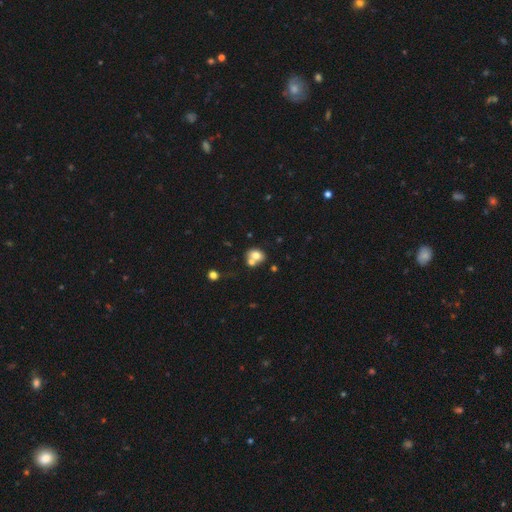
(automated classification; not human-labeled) The model was most divided on "how rounded": in between: 50%, round: 49%, cigar-shaped: 1%. Remaining: smooth or featured — smooth (73%); merging — merger (46%).